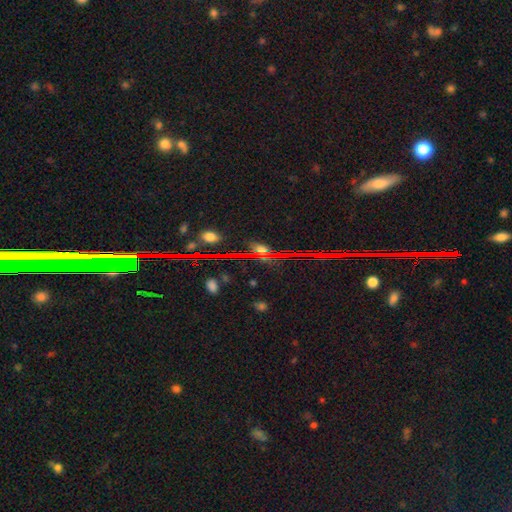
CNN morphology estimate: This is likely a star or artifact rather than a galaxy (80%).